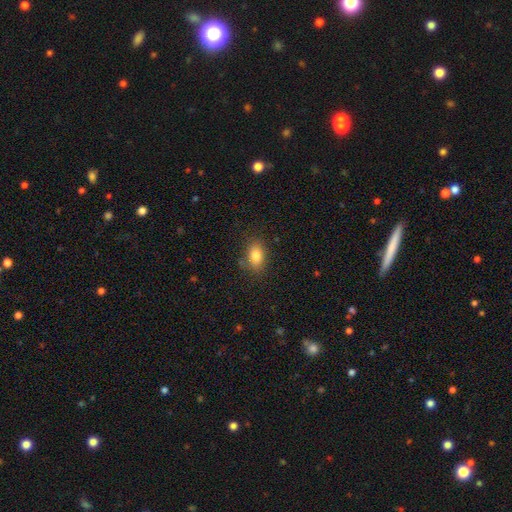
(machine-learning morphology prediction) A smooth galaxy with no disk features (82%) that is in between round and cigar-shaped (84%).

Vote fractions:
- Smooth or featured? smooth: 82% / star or artifact: 9% / featured or disk: 8%
- How rounded? in between: 84% / round: 14% / cigar-shaped: 2%
- Merging? none: 82% / minor disturbance: 13% / major disturbance: 3% / merger: 2%